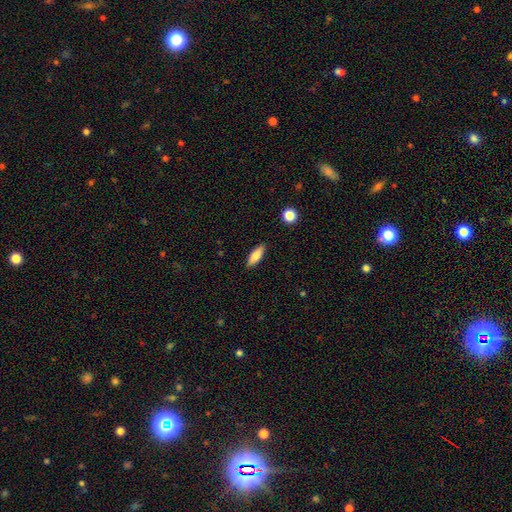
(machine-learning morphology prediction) This is likely a smooth galaxy (79%). How rounded: possibly in between (57%). Merging: clearly none (88%).